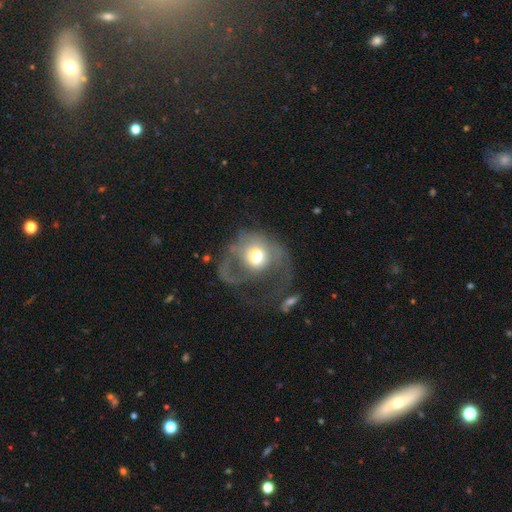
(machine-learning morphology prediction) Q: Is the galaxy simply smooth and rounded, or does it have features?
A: featured or disk — 49%.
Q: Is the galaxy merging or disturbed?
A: major disturbance — 60%.